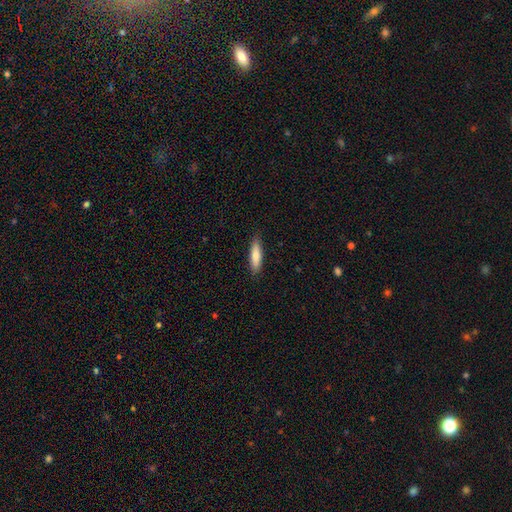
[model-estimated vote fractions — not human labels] The model was most divided on "how rounded": cigar-shaped: 68%, in between: 30%, round: 1%. More confident: merging — none (88%); smooth or featured — smooth (79%).